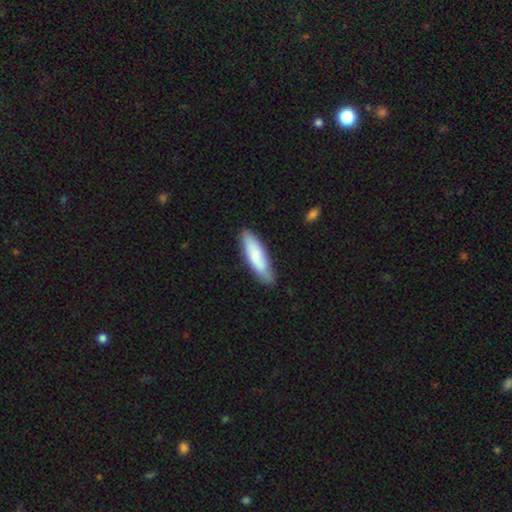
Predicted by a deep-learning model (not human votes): smooth_or_featured: smooth (p=0.74) [alt: featured or disk p=0.20]
how_rounded: cigar-shaped (p=0.61) [alt: in between p=0.38]
merging: none (p=0.79) [alt: minor disturbance p=0.17]